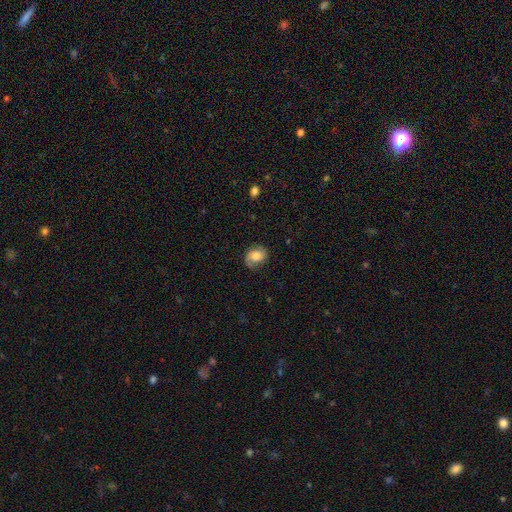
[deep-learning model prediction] A smooth galaxy with no disk features (62%) that is in between round and cigar-shaped (52%).

Vote fractions:
- Smooth or featured? smooth: 62% / featured or disk: 29% / star or artifact: 9%
- How rounded? in between: 52% / round: 47% / cigar-shaped: 1%
- Merging? none: 66% / minor disturbance: 23% / major disturbance: 9% / merger: 1%